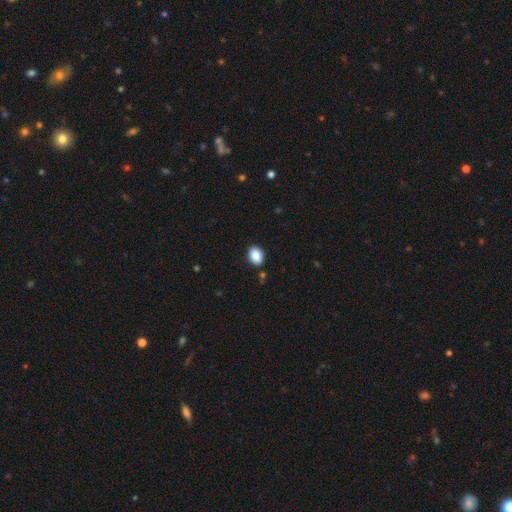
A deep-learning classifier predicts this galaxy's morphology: type=smooth (89%); roundness=in between (70%); merging=none (86%).